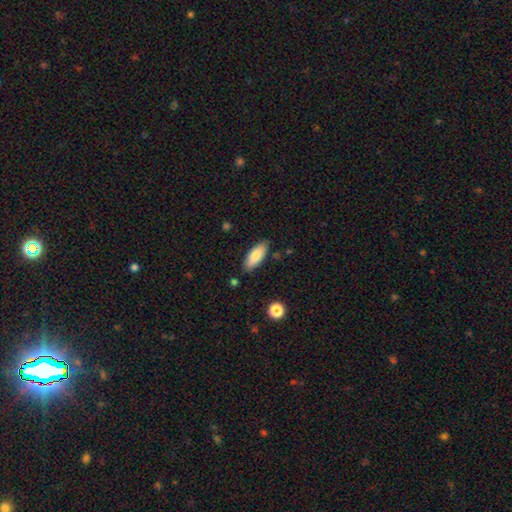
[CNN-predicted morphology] Overall: smooth (81%). How rounded: in between (74%). Merging: none (85%).